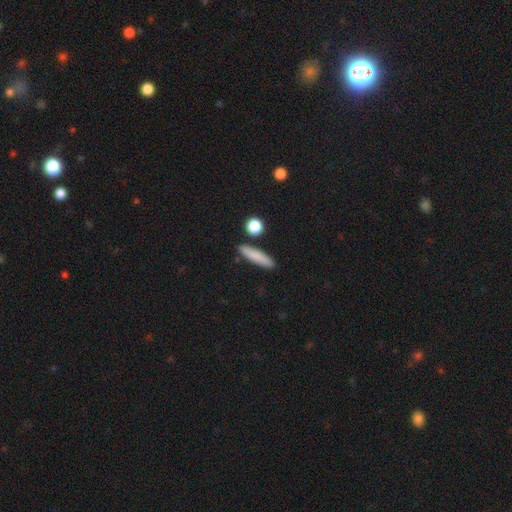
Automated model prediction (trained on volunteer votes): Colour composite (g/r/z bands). It shows a smooth galaxy with no disk features (80%) that is cigar-shaped (81%). Merging: none (85%).